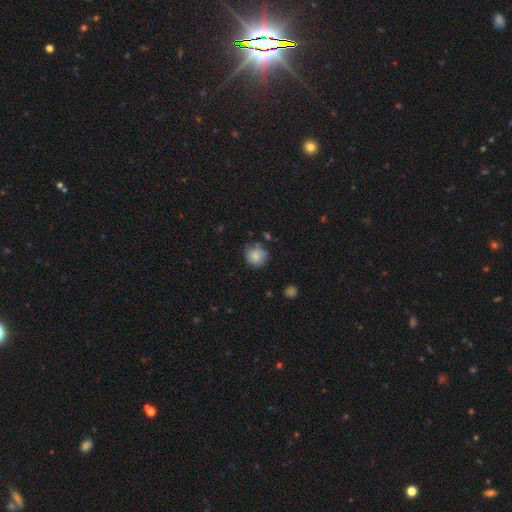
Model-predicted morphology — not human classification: A smooth galaxy with no disk features (81%) that is round (86%).

Vote fractions:
- Smooth or featured? smooth: 81% / featured or disk: 11% / star or artifact: 8%
- How rounded? round: 86% / in between: 13% / cigar-shaped: 1%
- Merging? none: 67% / minor disturbance: 23% / major disturbance: 6% / merger: 4%